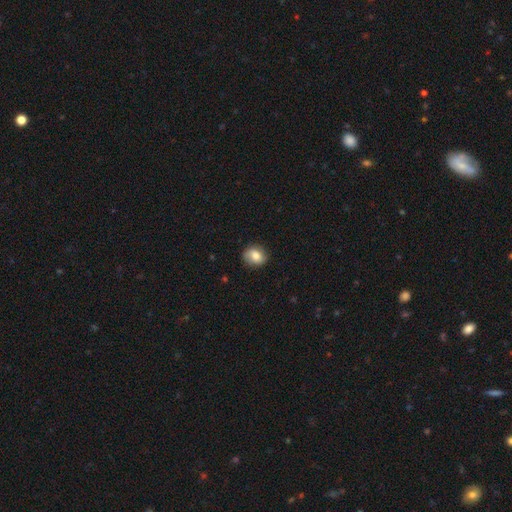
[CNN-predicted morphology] A smooth galaxy with no disk features (73%) that is round (64%). Merging: none (81%).